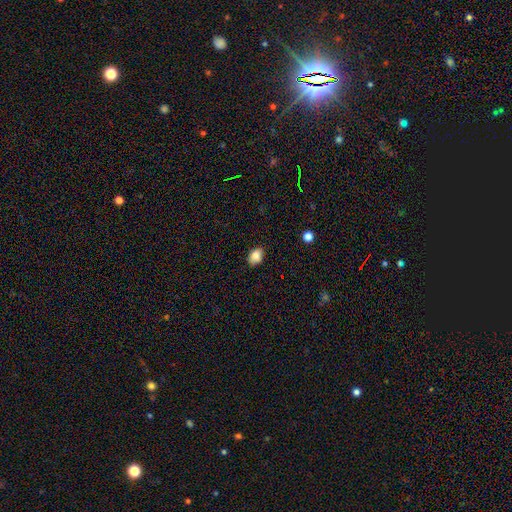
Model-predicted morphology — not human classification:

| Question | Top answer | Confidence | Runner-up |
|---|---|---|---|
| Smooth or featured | smooth | 82% | star or artifact (9%) |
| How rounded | in between | 74% | round (25%) |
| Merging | none | 81% | minor disturbance (15%) |